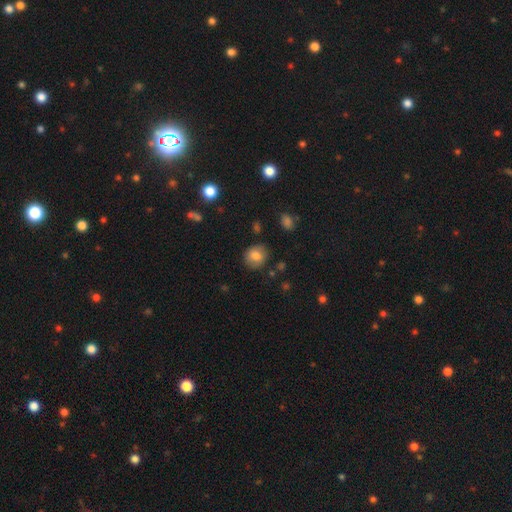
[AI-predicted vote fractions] smooth-or-featured: smooth: 79% | featured or disk: 12% | star or artifact: 9%
  how-rounded: round: 75% | in between: 24% | cigar-shaped: 1%
  merging: none: 83% | minor disturbance: 12% | major disturbance: 3% | merger: 2%